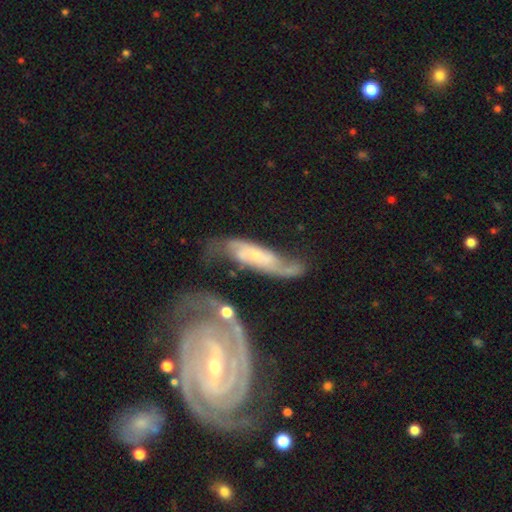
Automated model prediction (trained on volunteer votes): This appears to be a featured or disk galaxy (77%) with no bar (51%), 2 (79%) medium (40%) spiral arms (93%) and a small central bulge (68%). Merging: none (43%).